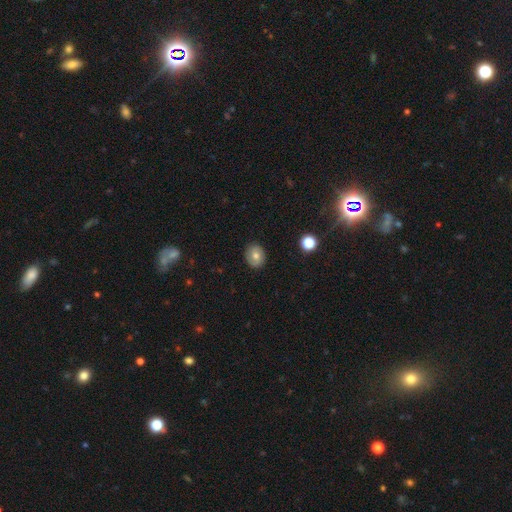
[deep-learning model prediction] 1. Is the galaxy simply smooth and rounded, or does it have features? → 69% smooth, 21% featured or disk, 10% star or artifact.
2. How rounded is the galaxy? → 67% round, 32% in between, 1% cigar-shaped.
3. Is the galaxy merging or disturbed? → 88% none, 9% minor disturbance, 2% major disturbance, 1% merger.